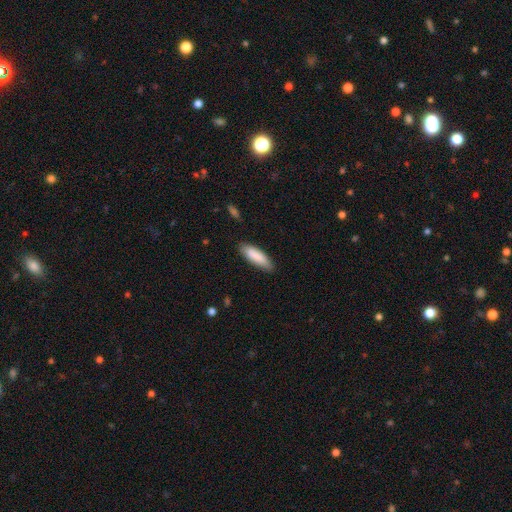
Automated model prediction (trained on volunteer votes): This is clearly a smooth galaxy (87%). How rounded: possibly in between (53%). Merging: clearly none (83%).